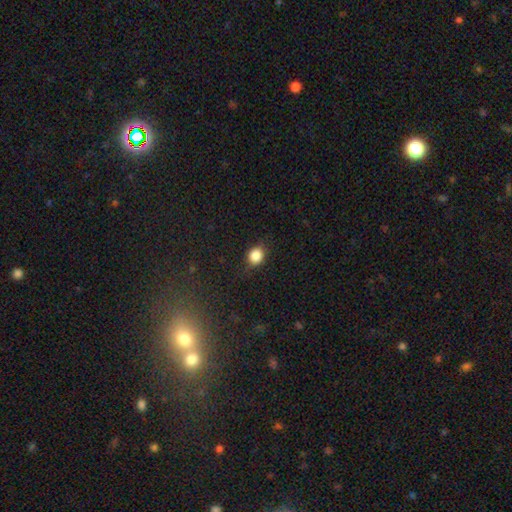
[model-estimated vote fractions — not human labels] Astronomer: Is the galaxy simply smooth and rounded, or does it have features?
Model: smooth — 84%.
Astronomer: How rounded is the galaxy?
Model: round — 69%.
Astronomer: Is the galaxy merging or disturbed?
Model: none — 79%.